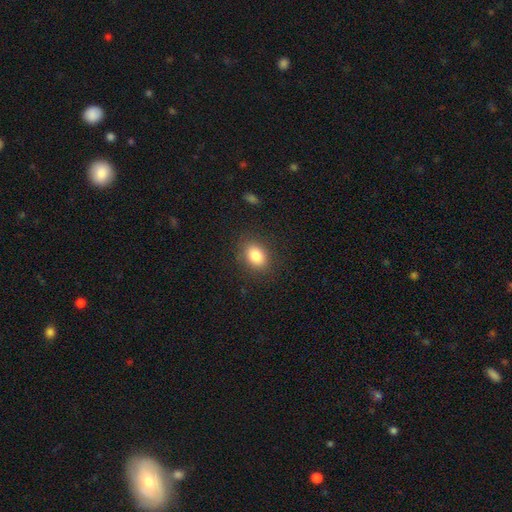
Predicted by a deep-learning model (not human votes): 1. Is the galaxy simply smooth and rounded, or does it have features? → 84% smooth, 9% star or artifact, 7% featured or disk.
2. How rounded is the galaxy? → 72% in between, 27% round, 1% cigar-shaped.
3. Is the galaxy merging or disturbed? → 85% none, 11% minor disturbance, 4% major disturbance, 1% merger.